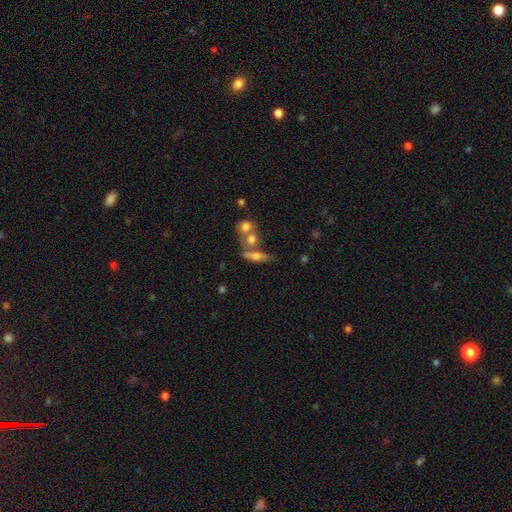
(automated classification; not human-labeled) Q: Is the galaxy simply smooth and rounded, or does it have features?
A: smooth — 46%.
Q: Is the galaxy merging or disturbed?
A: none — 48%.